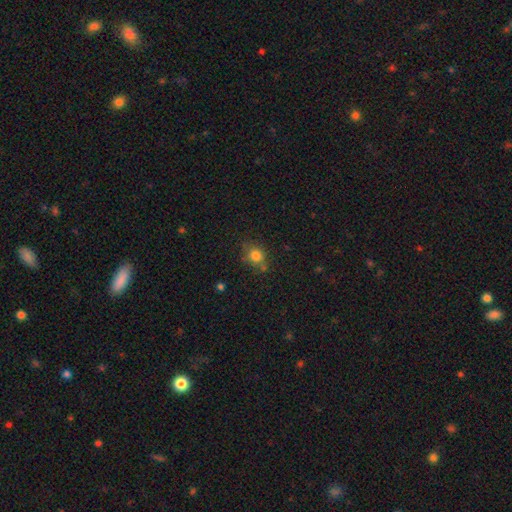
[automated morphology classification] A smooth galaxy with no disk features (79%) that is round (71%).

Vote fractions:
- Smooth or featured? smooth: 79% / star or artifact: 13% / featured or disk: 8%
- How rounded? round: 71% / in between: 27% / cigar-shaped: 1%
- Merging? none: 68% / minor disturbance: 19% / merger: 8% / major disturbance: 5%